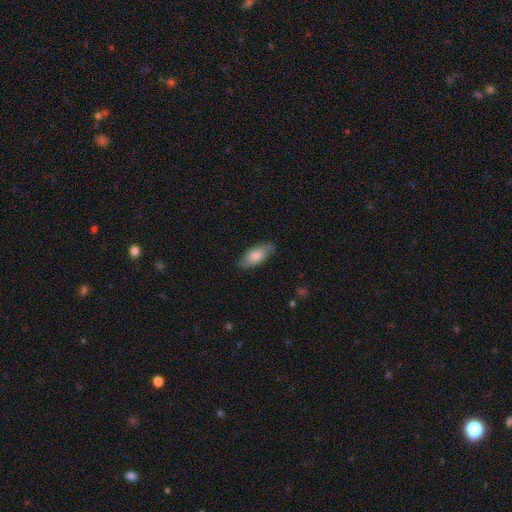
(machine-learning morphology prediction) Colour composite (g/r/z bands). It shows a smooth galaxy with no disk features (73%) that is in between round and cigar-shaped (86%). Merging: none (79%).